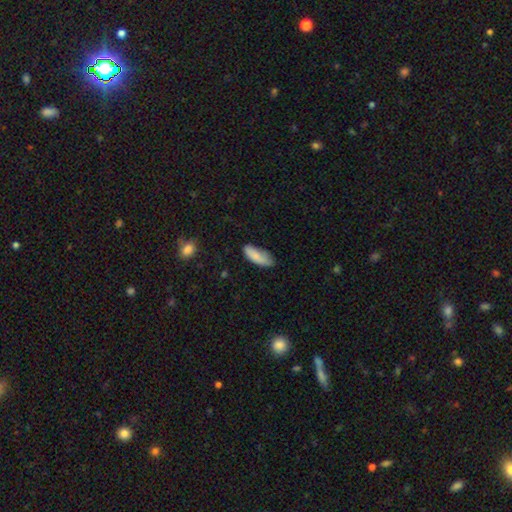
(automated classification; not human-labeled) Smooth or featured?
  - smooth: 83% *
  - featured or disk: 11%
  - star or artifact: 7%
How rounded?
  - in between: 71% *
  - cigar-shaped: 28%
  - round: 2%
Merging?
  - none: 55% *
  - minor disturbance: 33%
  - major disturbance: 9%
  - merger: 3%